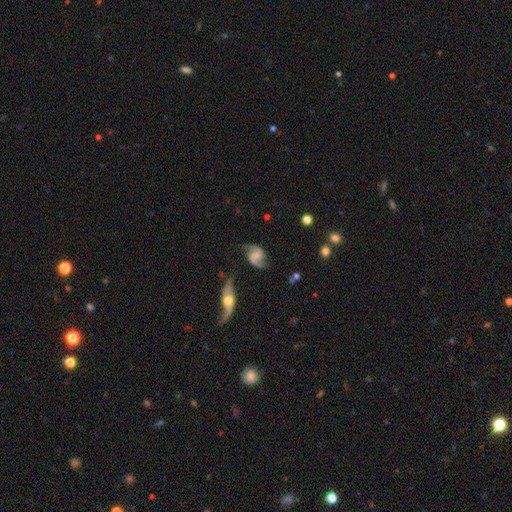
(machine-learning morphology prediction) Smooth or featured: featured or disk — 83% (smooth — 11%)
Edge-on disk: no — 97% (yes — 3%)
Bar: weak — 44% (no — 41%)
Spiral arms: yes — 96% (no — 4%)
Spiral winding: medium — 45% (loose — 42%)
Spiral arm count: 2 — 93% (can't tell — 3%)
Bulge size: none — 50% (small — 28%)
Merging: none — 73% (minor disturbance — 17%)